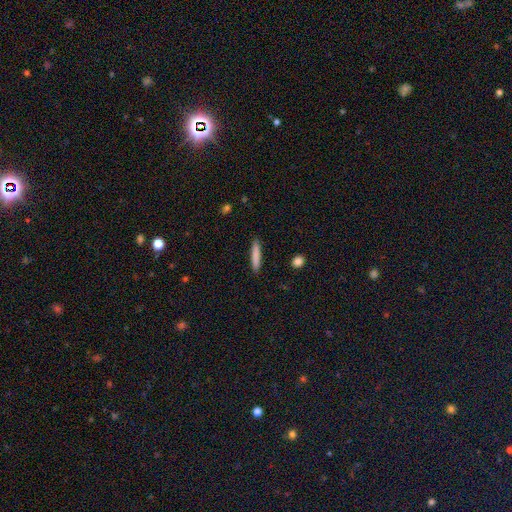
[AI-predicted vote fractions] Smooth or featured?
  - smooth: 83% *
  - featured or disk: 12%
  - star or artifact: 6%
How rounded?
  - cigar-shaped: 92% *
  - in between: 6%
  - round: 1%
Merging?
  - none: 91% *
  - minor disturbance: 6%
  - major disturbance: 1%
  - merger: 1%